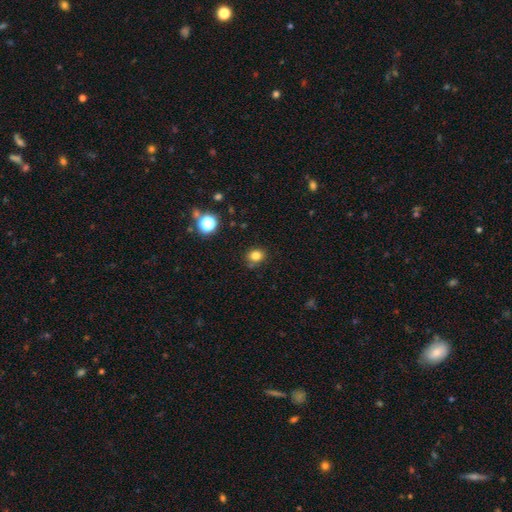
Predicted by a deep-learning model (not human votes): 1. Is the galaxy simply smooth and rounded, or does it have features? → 80% smooth, 14% star or artifact, 6% featured or disk.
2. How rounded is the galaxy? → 69% round, 31% in between, 1% cigar-shaped.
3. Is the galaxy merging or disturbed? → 78% none, 15% minor disturbance, 3% major disturbance, 3% merger.